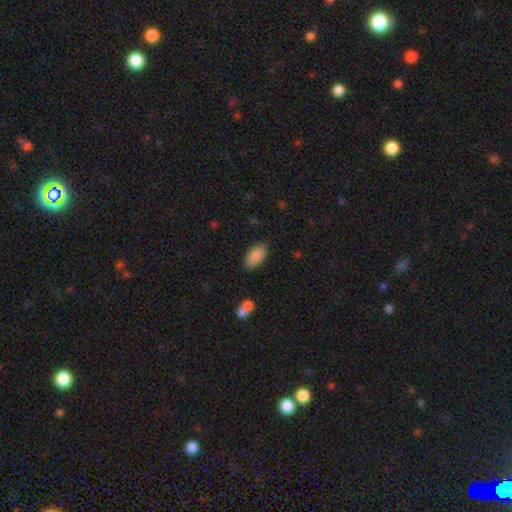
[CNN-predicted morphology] type=smooth (88%); roundness=in between (94%); merging=none (82%).